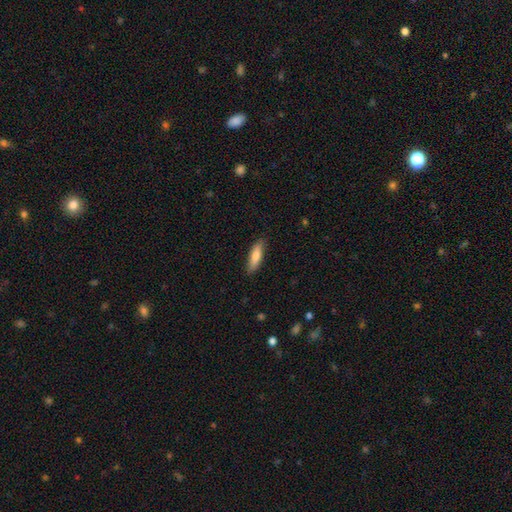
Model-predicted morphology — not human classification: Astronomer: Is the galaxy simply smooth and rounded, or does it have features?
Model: smooth — 74%.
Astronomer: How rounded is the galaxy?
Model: cigar-shaped — 60% (runner-up: in between, 38%).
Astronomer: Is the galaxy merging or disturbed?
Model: none — 85%.